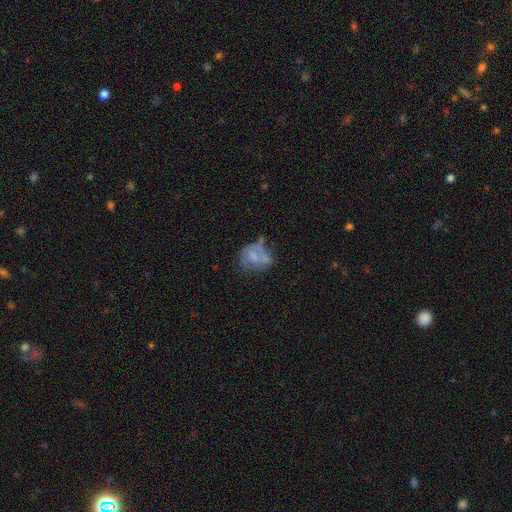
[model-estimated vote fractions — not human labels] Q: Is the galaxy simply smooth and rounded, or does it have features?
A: smooth — 47%.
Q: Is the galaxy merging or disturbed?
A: none — 33%.